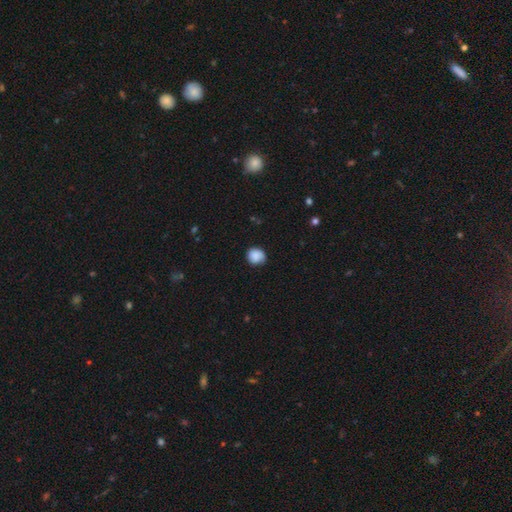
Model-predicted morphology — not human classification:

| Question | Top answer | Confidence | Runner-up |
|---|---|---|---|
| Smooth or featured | smooth | 87% | star or artifact (8%) |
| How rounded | round | 84% | in between (15%) |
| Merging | none | 79% | minor disturbance (17%) |